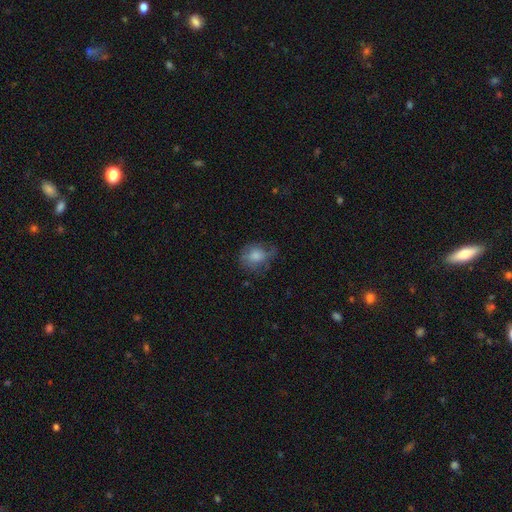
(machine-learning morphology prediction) Smooth or featured?
  - smooth: 68% *
  - featured or disk: 23%
  - star or artifact: 9%
How rounded?
  - round: 52% *
  - in between: 46%
  - cigar-shaped: 1%
Merging?
  - none: 47% *
  - minor disturbance: 30%
  - major disturbance: 21%
  - merger: 2%